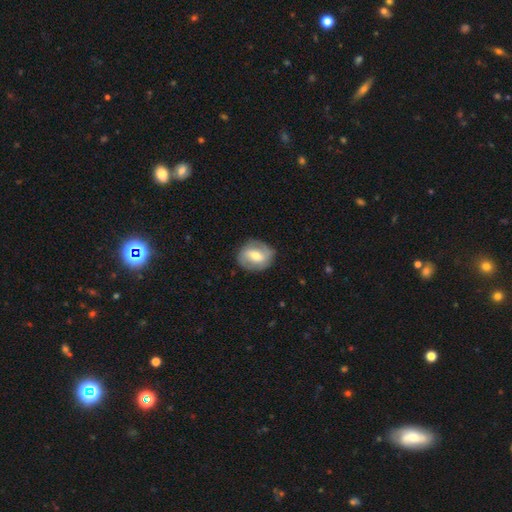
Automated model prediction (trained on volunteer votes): Q: Smooth or featured?
A: featured or disk (56%); runner-up: smooth (37%)
Q: Edge-on disk?
A: no (96%); runner-up: yes (4%)
Q: Bar?
A: weak (44%); runner-up: strong (30%)
Q: Spiral arms?
A: yes (70%); runner-up: no (30%)
Q: Bulge size?
A: moderate (66%); runner-up: small (25%)
Q: Merging?
A: none (82%); runner-up: minor disturbance (13%)